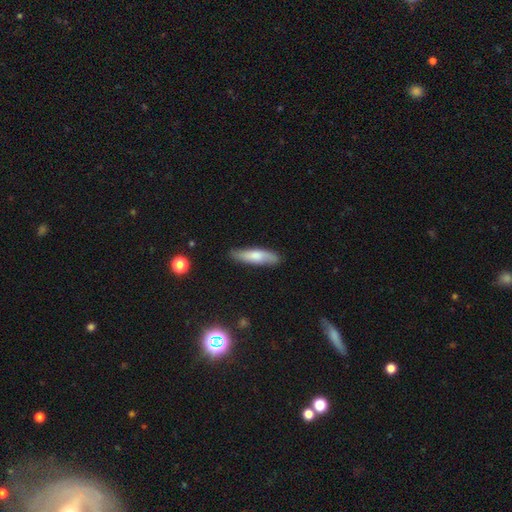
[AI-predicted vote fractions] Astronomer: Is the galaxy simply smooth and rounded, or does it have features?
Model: smooth — 70%.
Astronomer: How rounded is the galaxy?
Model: cigar-shaped — 66%.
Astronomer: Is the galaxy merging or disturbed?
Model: none — 83%.